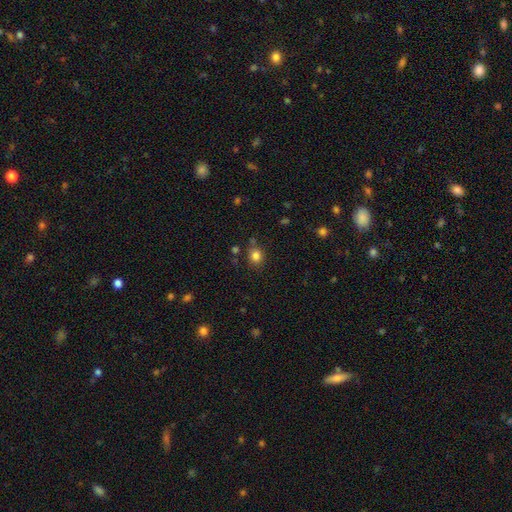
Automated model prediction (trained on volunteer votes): A smooth galaxy with no disk features (82%) that is round (73%).

Vote fractions:
- Smooth or featured? smooth: 82% / star or artifact: 12% / featured or disk: 5%
- How rounded? round: 73% / in between: 26% / cigar-shaped: 1%
- Merging? none: 76% / minor disturbance: 14% / merger: 6% / major disturbance: 4%